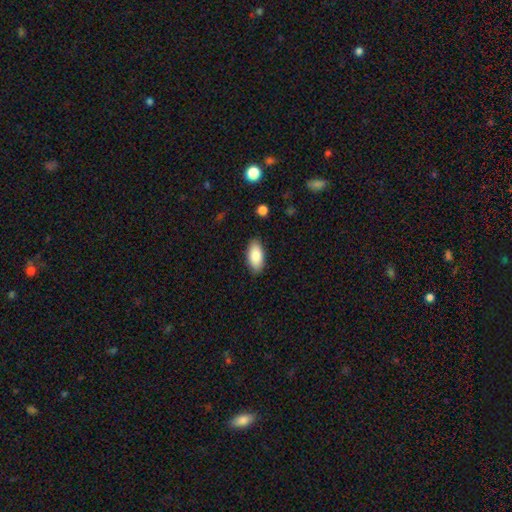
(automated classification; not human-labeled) Smooth or featured: smooth — 86% (featured or disk — 8%)
How rounded: in between — 92% (cigar-shaped — 6%)
Merging: none — 87% (minor disturbance — 10%)